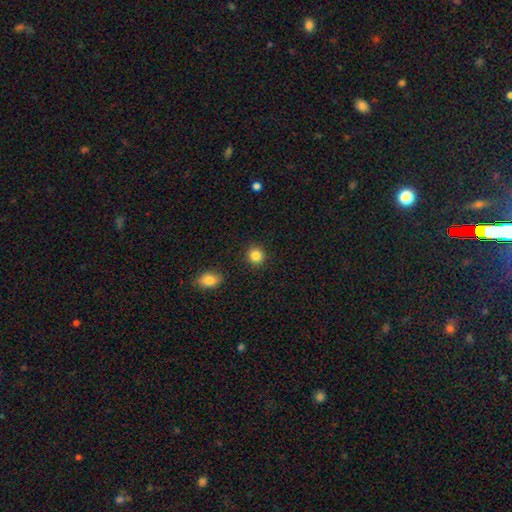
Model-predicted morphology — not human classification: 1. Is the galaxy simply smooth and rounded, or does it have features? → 85% smooth, 10% star or artifact, 4% featured or disk.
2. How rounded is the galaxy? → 87% round, 12% in between, 1% cigar-shaped.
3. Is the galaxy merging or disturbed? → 91% none, 6% minor disturbance, 2% major disturbance, 2% merger.